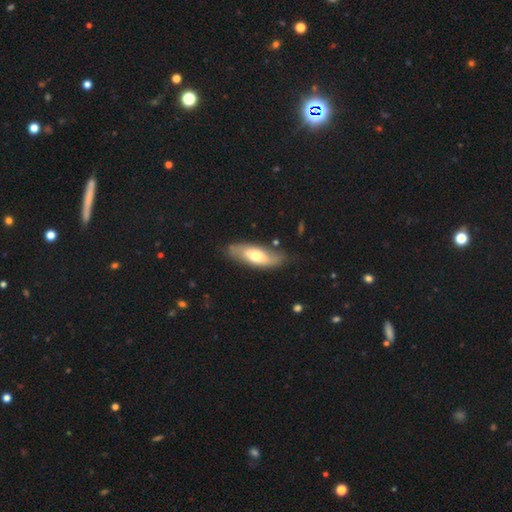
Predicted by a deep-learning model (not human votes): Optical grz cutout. It shows a smooth galaxy with no disk features (56%) that is in between round and cigar-shaped (70%). Merging: none (74%).